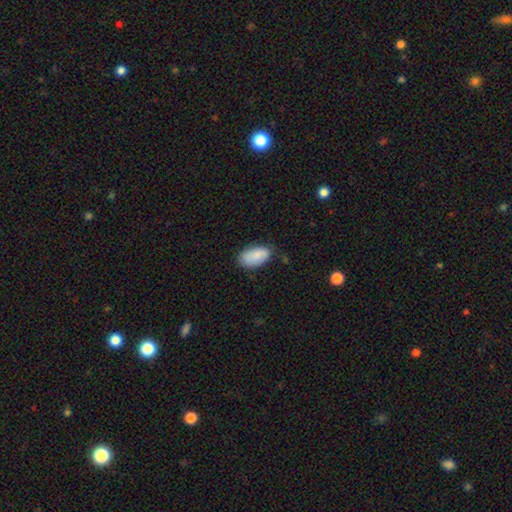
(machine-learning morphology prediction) smooth 83%, featured or disk 10%, star or artifact 7%. Down the decision tree: how rounded — in between (94%); merging — none (71%).